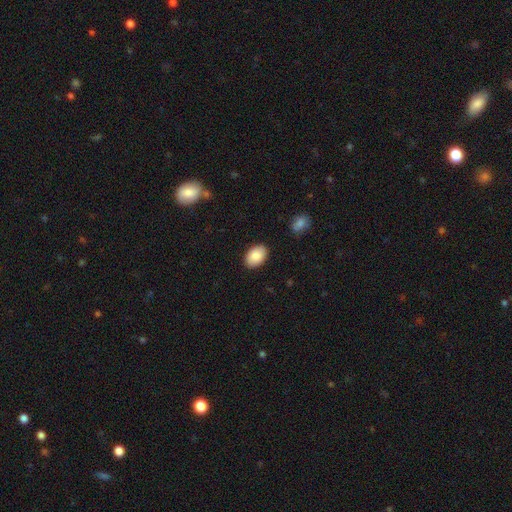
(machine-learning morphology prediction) A smooth galaxy with no disk features (88%) that is in between round and cigar-shaped (89%). Merging: none (88%).